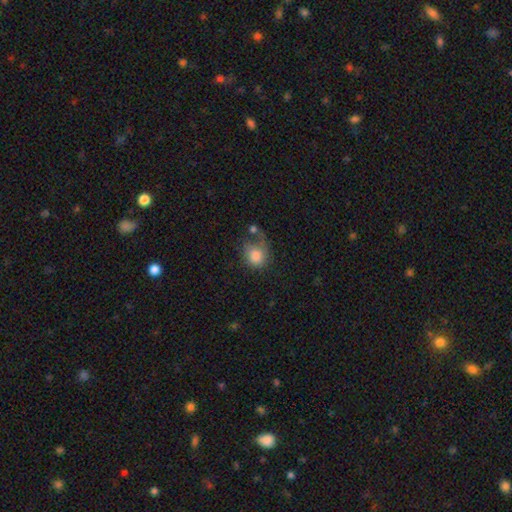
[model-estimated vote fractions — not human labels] Smooth or featured?
  - smooth: 80% *
  - featured or disk: 11%
  - star or artifact: 8%
How rounded?
  - round: 71% *
  - in between: 28%
  - cigar-shaped: 1%
Merging?
  - none: 38% *
  - minor disturbance: 25%
  - major disturbance: 23%
  - merger: 13%